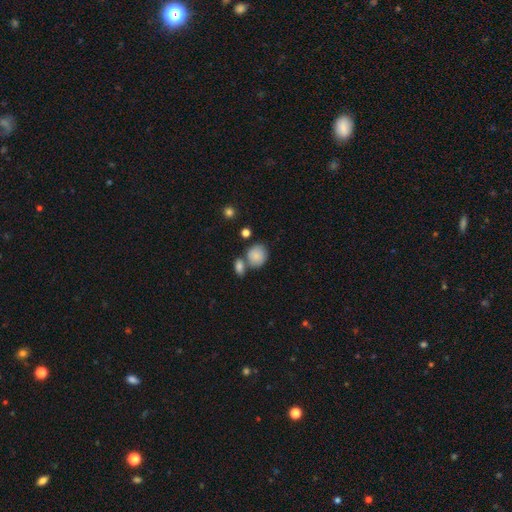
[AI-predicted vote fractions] smooth 85%, star or artifact 8%, featured or disk 8%. Down the decision tree: how rounded — round (70%); merging — none (50%).